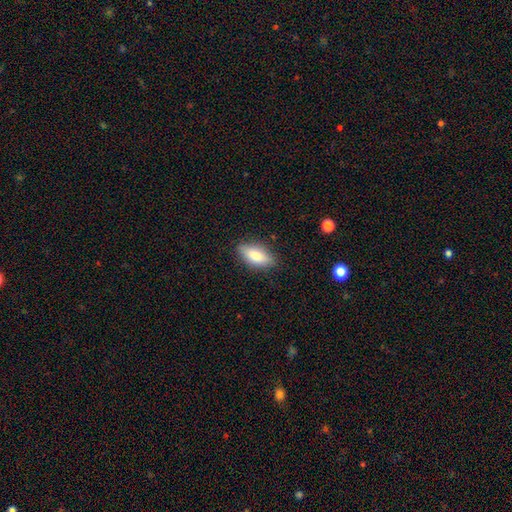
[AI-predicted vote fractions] smooth-or-featured: smooth: 79% | featured or disk: 14% | star or artifact: 7%
  how-rounded: in between: 84% | cigar-shaped: 13% | round: 3%
  merging: none: 82% | minor disturbance: 14% | major disturbance: 3% | merger: 1%